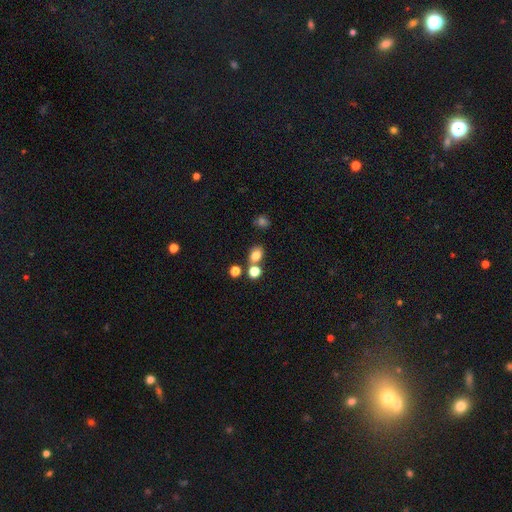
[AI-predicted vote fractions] Q: Smooth or featured?
A: smooth (76%); runner-up: star or artifact (15%)
Q: How rounded?
A: in between (51%); runner-up: round (48%)
Q: Merging?
A: none (59%); runner-up: merger (26%)